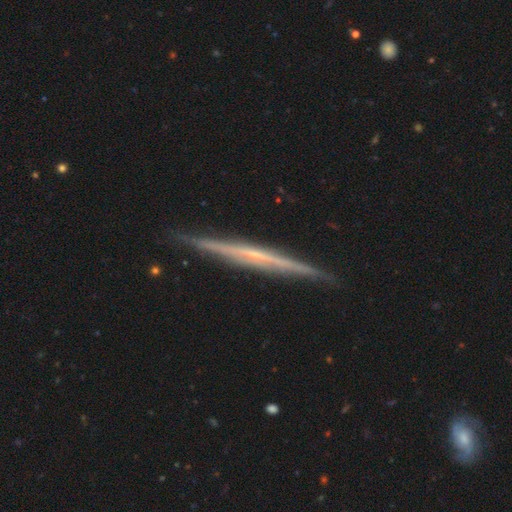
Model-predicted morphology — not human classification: smooth-or-featured: featured or disk: 78% | smooth: 16% | star or artifact: 5%
  disk-edge-on: yes: 98% | no: 2%
    edge-on-bulge: none: 66% | rounded: 26% | boxy: 8%
  merging: none: 91% | minor disturbance: 7% | major disturbance: 1% | merger: 1%